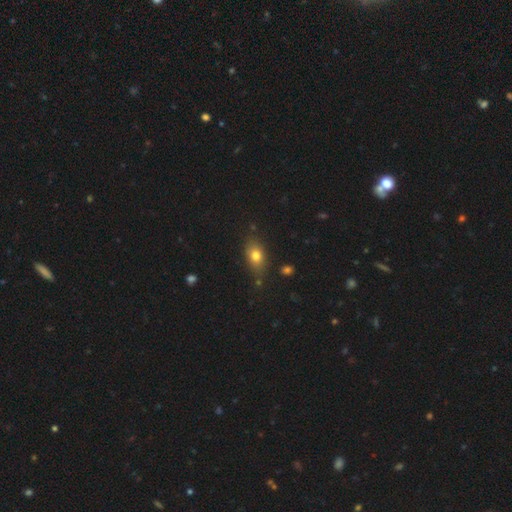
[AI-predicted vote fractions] Smooth or featured? Predicted: smooth (p=0.78). How rounded? Predicted: in between (p=0.77). Merging? Predicted: none (p=0.76).